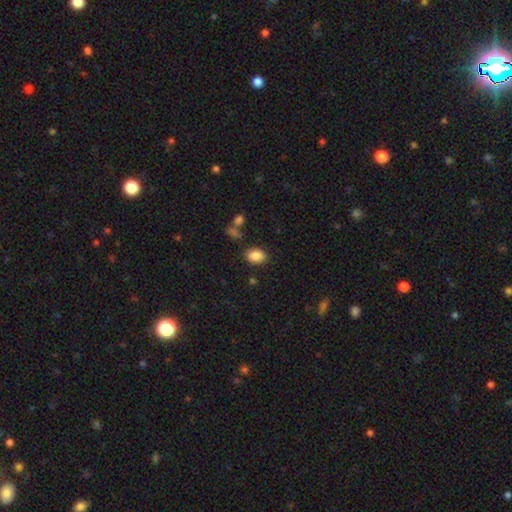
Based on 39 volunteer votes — A smooth galaxy with no disk features (90%) that is in between round and cigar-shaped (83%). Merging: none (74%).